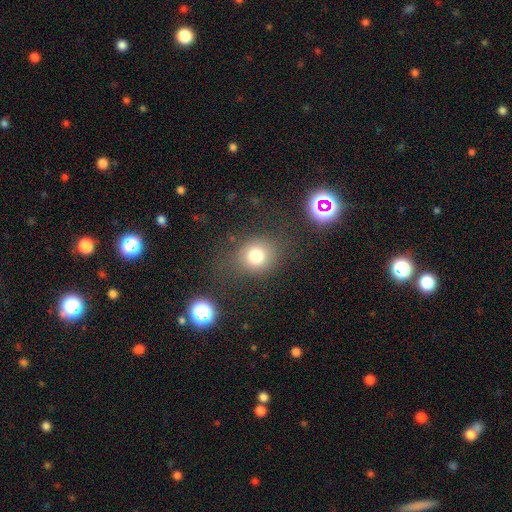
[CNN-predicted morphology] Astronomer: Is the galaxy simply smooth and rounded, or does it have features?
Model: smooth — 76%.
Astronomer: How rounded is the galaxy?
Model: round — 80%.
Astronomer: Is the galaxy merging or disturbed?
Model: none — 75%.